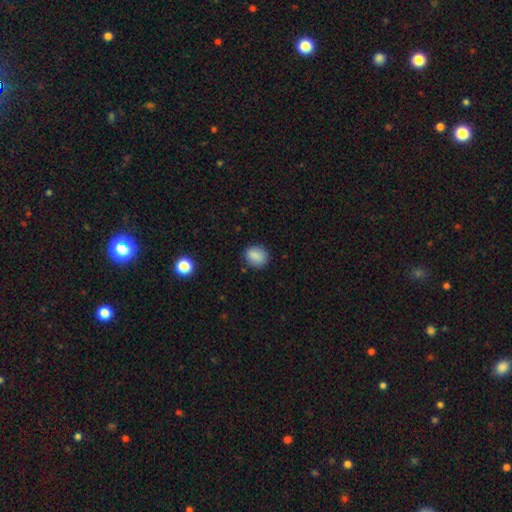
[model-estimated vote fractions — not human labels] Smooth or featured? Predicted: smooth (p=0.87). How rounded? Predicted: round (p=0.56). Merging? Predicted: none (p=0.84).